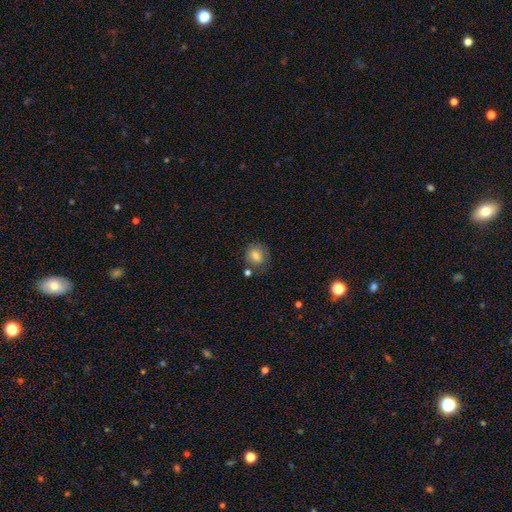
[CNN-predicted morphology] A smooth galaxy with no disk features (80%) that is round (61%).

Vote fractions:
- Smooth or featured? smooth: 80% / star or artifact: 10% / featured or disk: 10%
- How rounded? round: 61% / in between: 38% / cigar-shaped: 1%
- Merging? none: 70% / minor disturbance: 17% / merger: 7% / major disturbance: 6%